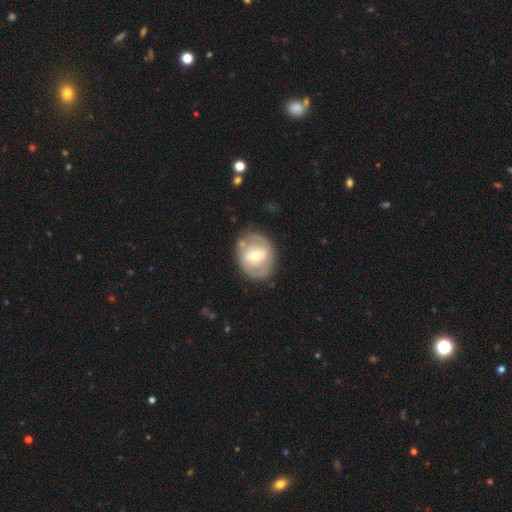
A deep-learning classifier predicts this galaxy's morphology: This is likely a featured or disk galaxy (65%). It is clearly not viewed edge-on (96%). Bar: possibly no (46%). Spiral arm pattern: possibly yes (56%). Central bulge: likely moderate (67%). Merging: likely none (77%).